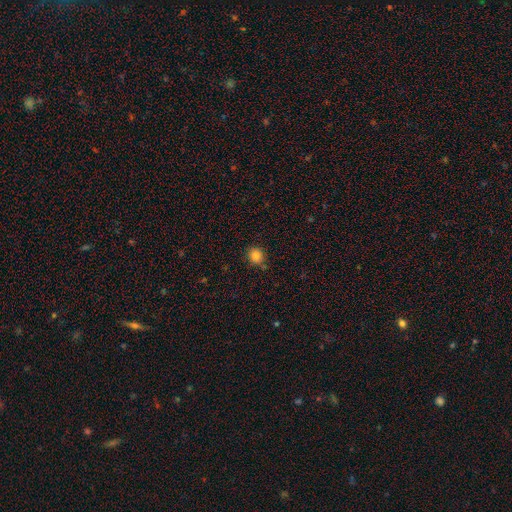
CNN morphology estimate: The model was most divided on "merging": none: 81%, minor disturbance: 12%, merger: 4%, major disturbance: 3%. More confident: how rounded — round (84%); smooth or featured — smooth (84%).